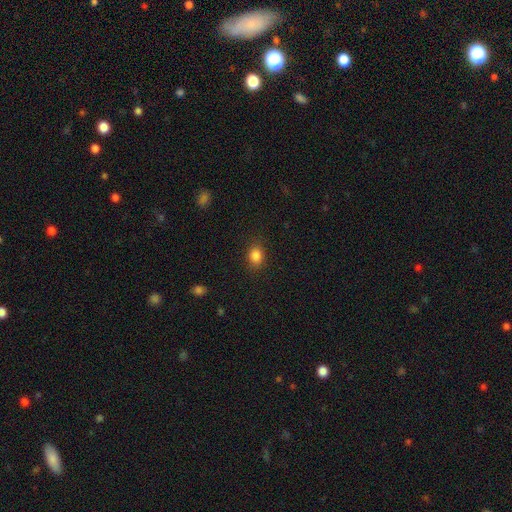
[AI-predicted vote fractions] This appears to be a smooth galaxy with no disk features (85%) that is in between round and cigar-shaped (51%). Merging: none (85%).